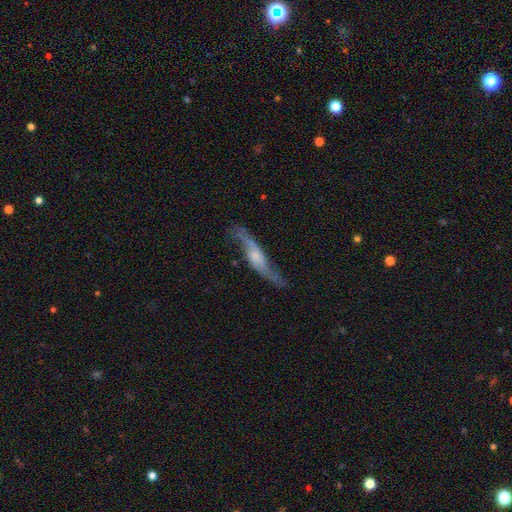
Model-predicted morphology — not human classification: Smooth or featured? Predicted: featured or disk (p=0.81). Edge-on disk? Predicted: no (p=0.69). Bar? Predicted: no (p=0.56). Spiral arms? Predicted: yes (p=0.93). Spiral winding? Predicted: loose (p=0.83). Spiral arm count? Predicted: 2 (p=0.92). Bulge size? Predicted: small (p=0.48). Merging? Predicted: none (p=0.72).